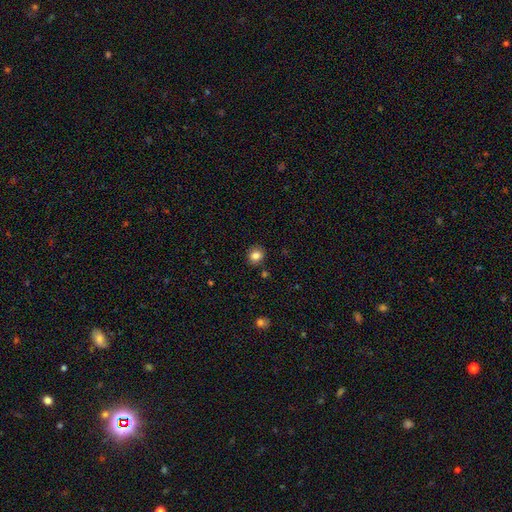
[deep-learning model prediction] A smooth galaxy with no disk features (83%) that is round (82%).

Vote fractions:
- Smooth or featured? smooth: 83% / star or artifact: 11% / featured or disk: 6%
- How rounded? round: 82% / in between: 17% / cigar-shaped: 1%
- Merging? none: 87% / minor disturbance: 8% / merger: 2% / major disturbance: 2%